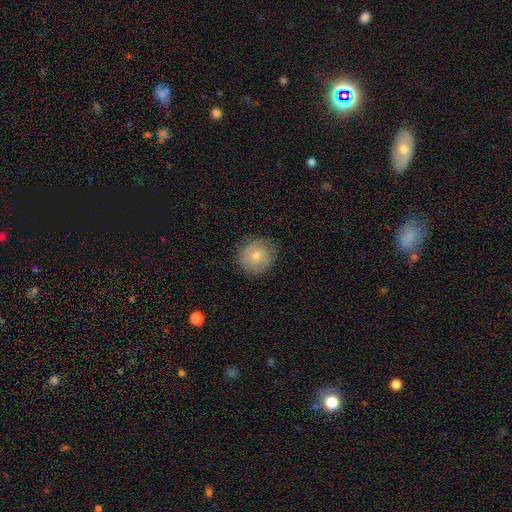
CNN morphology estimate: smooth-or-featured: smooth: 67% | featured or disk: 25% | star or artifact: 8%
  how-rounded: round: 87% | in between: 12% | cigar-shaped: 1%
  merging: none: 82% | minor disturbance: 14% | major disturbance: 4% | merger: 1%